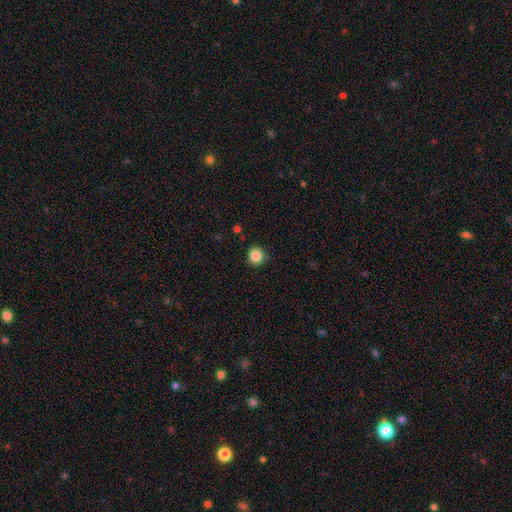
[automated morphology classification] This is clearly a smooth galaxy (86%). How rounded: clearly round (92%). Merging: clearly none (90%).